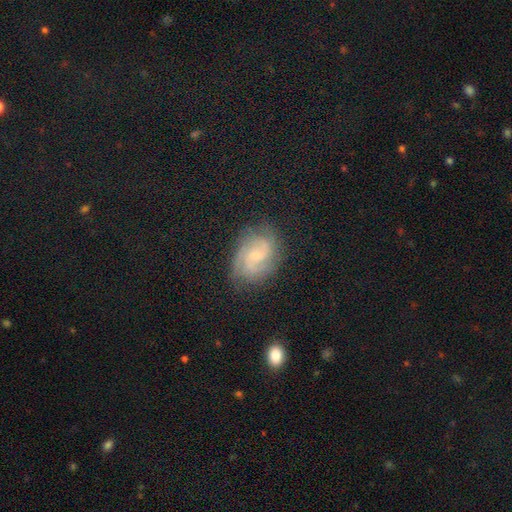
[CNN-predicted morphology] Smooth or featured? Predicted: featured or disk (p=0.78). Edge-on disk? Predicted: no (p=0.97). Bar? Predicted: no (p=0.51). Spiral arms? Predicted: yes (p=0.96). Spiral winding? Predicted: tight (p=0.44). Spiral arm count? Predicted: 2 (p=0.38). Bulge size? Predicted: small (p=0.68). Merging? Predicted: none (p=0.77).